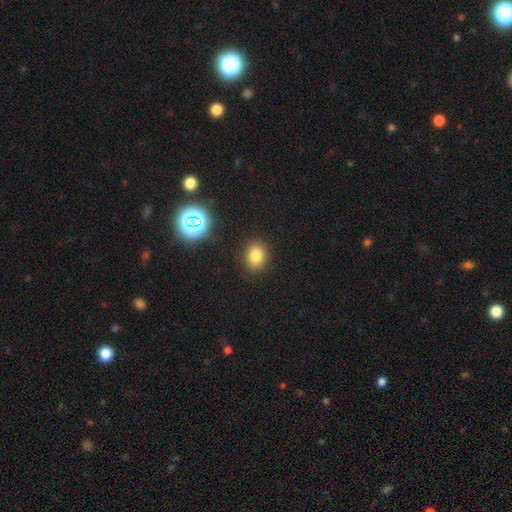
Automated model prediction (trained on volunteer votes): Smooth or featured? smooth (79%)
How rounded? round (55%)
Merging? none (89%)